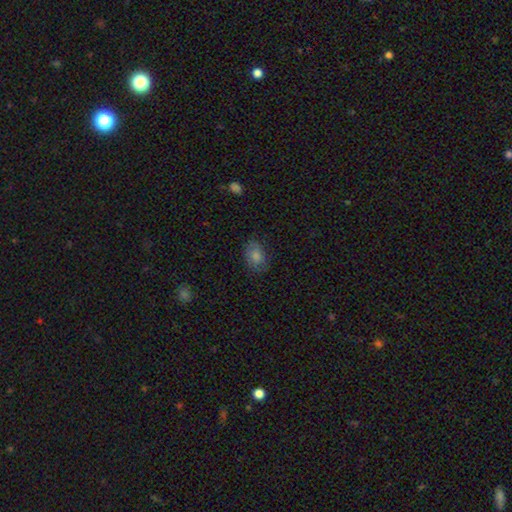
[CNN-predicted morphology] A smooth galaxy with no disk features (72%) that is in between round and cigar-shaped (74%). Merging: none (78%).